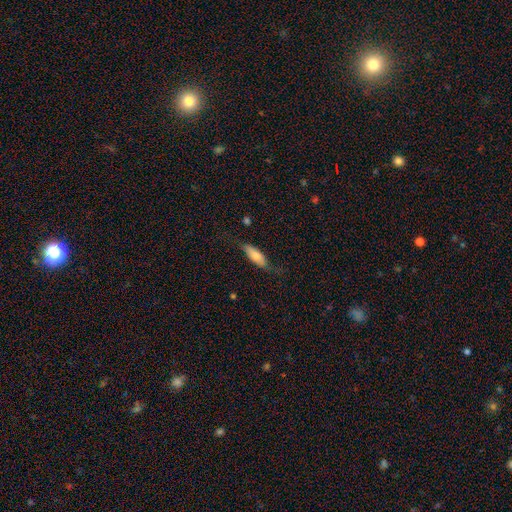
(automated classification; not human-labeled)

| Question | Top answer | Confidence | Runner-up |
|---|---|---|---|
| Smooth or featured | smooth | 66% | featured or disk (28%) |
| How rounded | in between | 62% | cigar-shaped (35%) |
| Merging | none | 64% | minor disturbance (25%) |